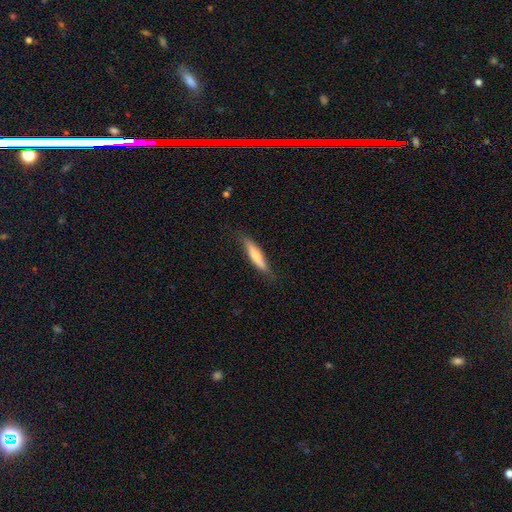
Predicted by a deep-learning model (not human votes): Q: Smooth or featured?
A: smooth (56%); runner-up: featured or disk (38%)
Q: How rounded?
A: cigar-shaped (81%); runner-up: in between (17%)
Q: Merging?
A: none (76%); runner-up: minor disturbance (19%)